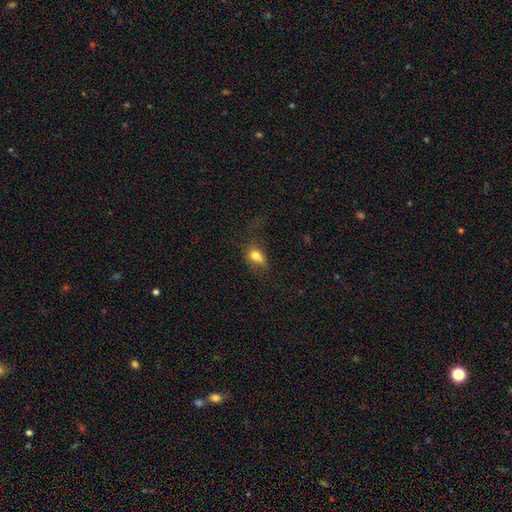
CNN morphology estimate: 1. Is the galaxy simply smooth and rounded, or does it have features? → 72% smooth, 15% featured or disk, 13% star or artifact.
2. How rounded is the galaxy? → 57% in between, 40% round, 3% cigar-shaped.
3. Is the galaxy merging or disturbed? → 35% none, 23% minor disturbance, 22% major disturbance, 20% merger.